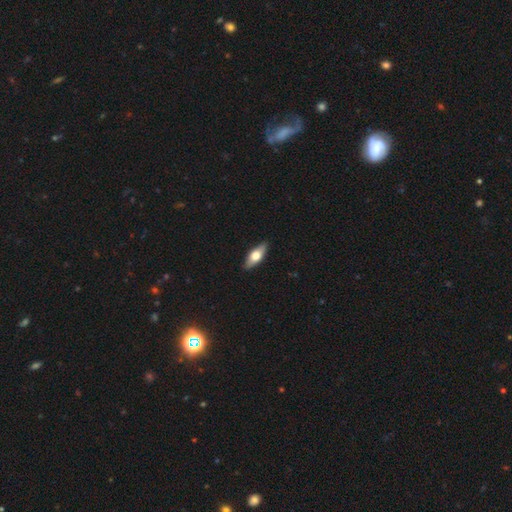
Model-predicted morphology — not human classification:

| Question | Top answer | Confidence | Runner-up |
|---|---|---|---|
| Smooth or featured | smooth | 55% | featured or disk (39%) |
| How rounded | in between | 69% | cigar-shaped (28%) |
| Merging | none | 88% | minor disturbance (9%) |